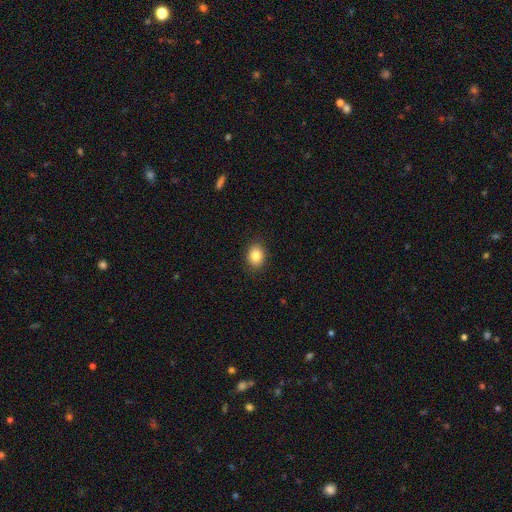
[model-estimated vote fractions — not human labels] Overall: smooth (84%). How rounded: in between (54%; round 45%). Merging: none (89%).